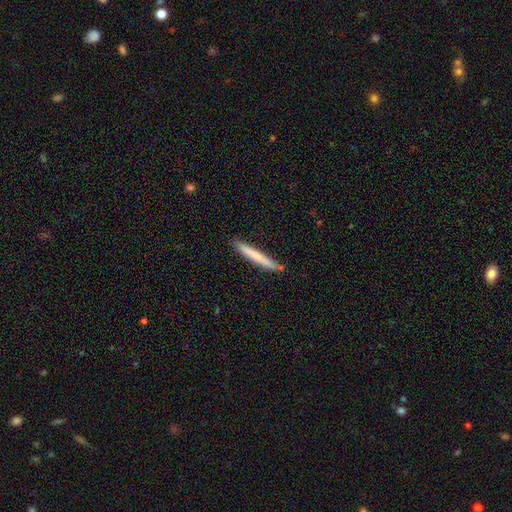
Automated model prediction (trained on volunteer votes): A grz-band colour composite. It shows a smooth galaxy with no disk features (69%) that is cigar-shaped (97%). Merging: none (86%).